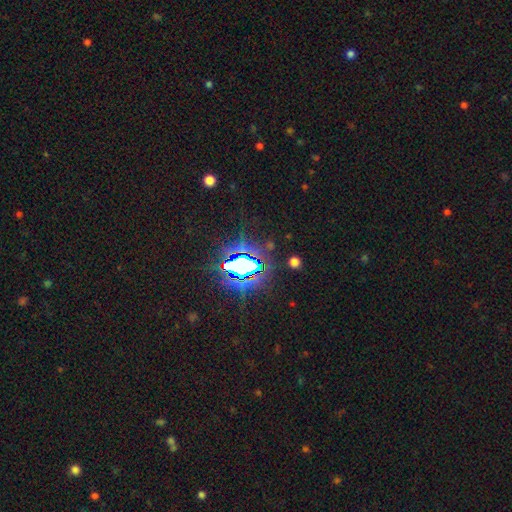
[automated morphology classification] Overall: star or artifact (84%).